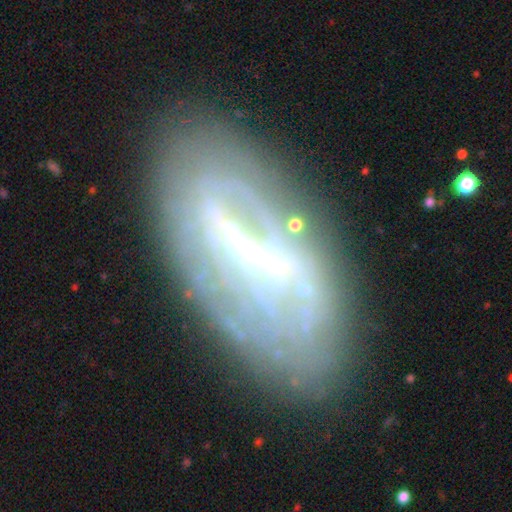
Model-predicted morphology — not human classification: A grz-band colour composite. It shows a featured or disk galaxy (72%) with a strong bar (66%), no spiral arms (56%) and a small central bulge (44%). Merging: none (72%).